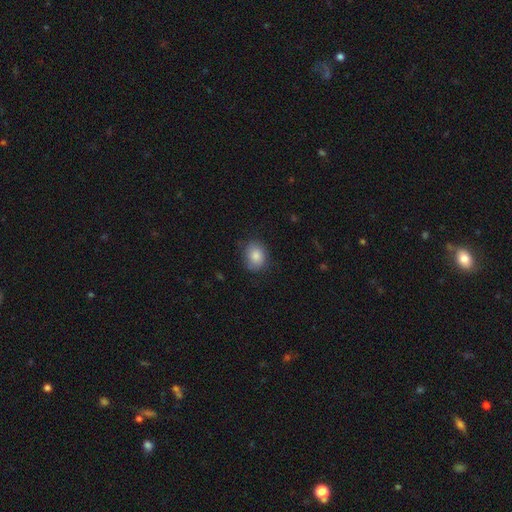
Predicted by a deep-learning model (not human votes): This is clearly a smooth galaxy (84%). How rounded: possibly in between (51%). Merging: likely none (78%).